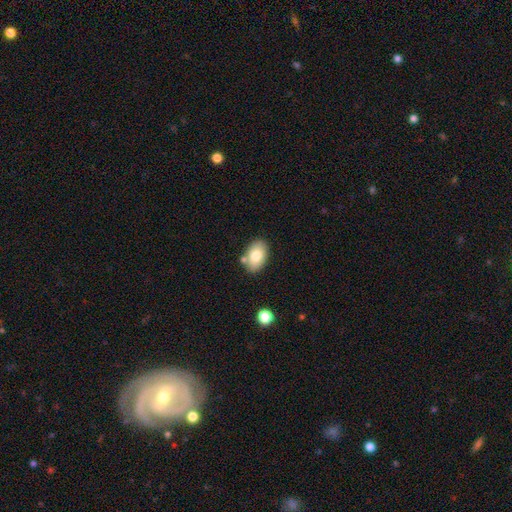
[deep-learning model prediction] Smooth or featured: smooth — 79% (featured or disk — 14%)
How rounded: in between — 89% (round — 10%)
Merging: none — 76% (minor disturbance — 13%)